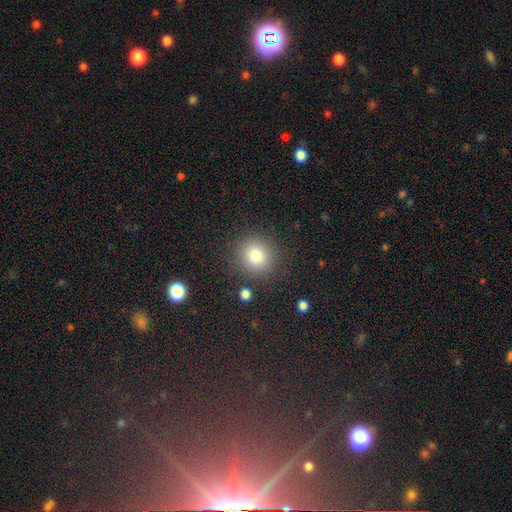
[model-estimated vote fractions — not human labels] Q: Smooth or featured?
A: smooth (81%); runner-up: star or artifact (12%)
Q: How rounded?
A: round (89%); runner-up: in between (10%)
Q: Merging?
A: none (87%); runner-up: minor disturbance (8%)